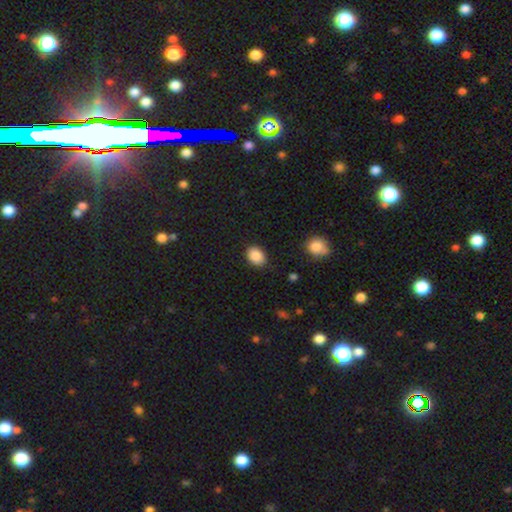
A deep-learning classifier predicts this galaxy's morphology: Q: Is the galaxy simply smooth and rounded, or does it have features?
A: smooth — 88%.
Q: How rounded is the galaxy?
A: in between — 68%.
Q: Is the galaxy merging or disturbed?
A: none — 87%.